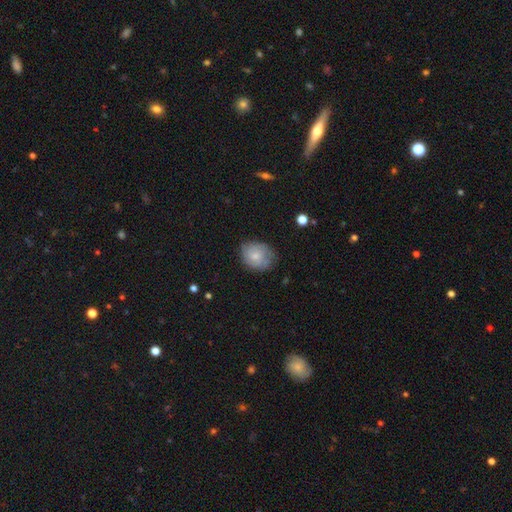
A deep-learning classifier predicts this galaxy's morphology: This is possibly a smooth galaxy (52%). How rounded: possibly round (60%). Merging: likely none (71%).